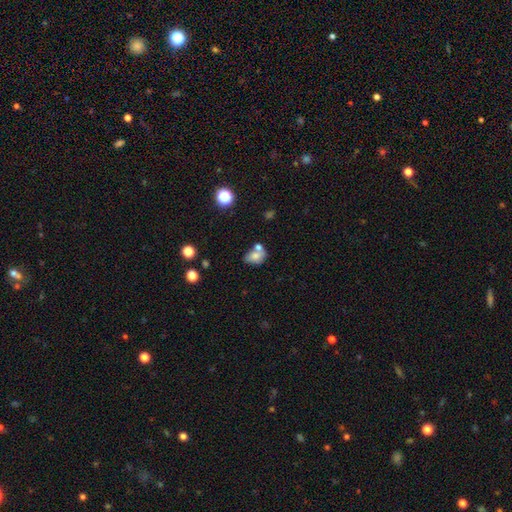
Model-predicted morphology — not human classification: Smooth or featured?
  - smooth: 70% *
  - featured or disk: 19%
  - star or artifact: 11%
How rounded?
  - in between: 72% *
  - round: 26%
  - cigar-shaped: 2%
Merging?
  - merger: 39% *
  - none: 38%
  - minor disturbance: 16%
  - major disturbance: 7%